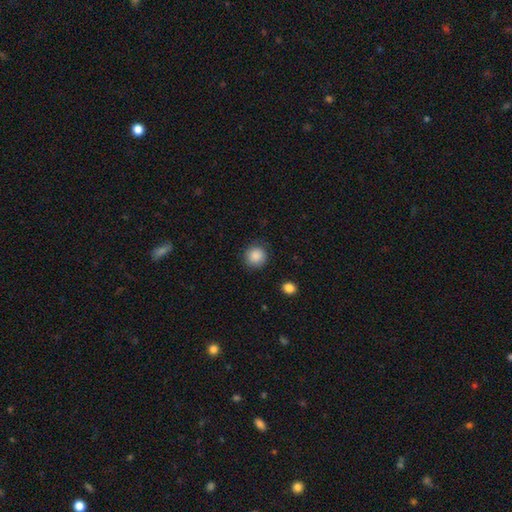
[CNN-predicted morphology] Smooth or featured: smooth — 88% (star or artifact — 8%)
How rounded: round — 92% (in between — 7%)
Merging: none — 86% (minor disturbance — 10%)